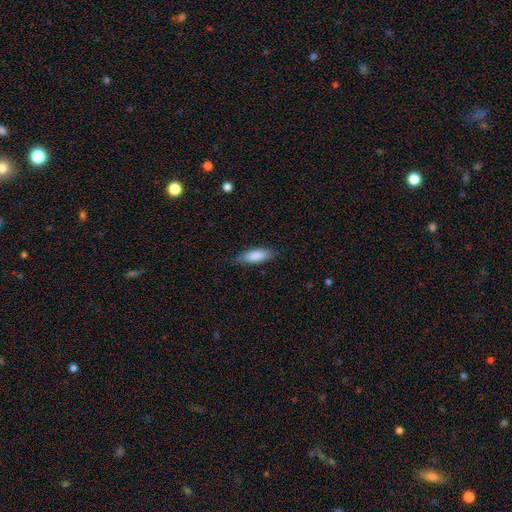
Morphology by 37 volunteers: This appears to be a smooth galaxy with no disk features (81%) that is in between round and cigar-shaped (70%). Merging: none (81%).